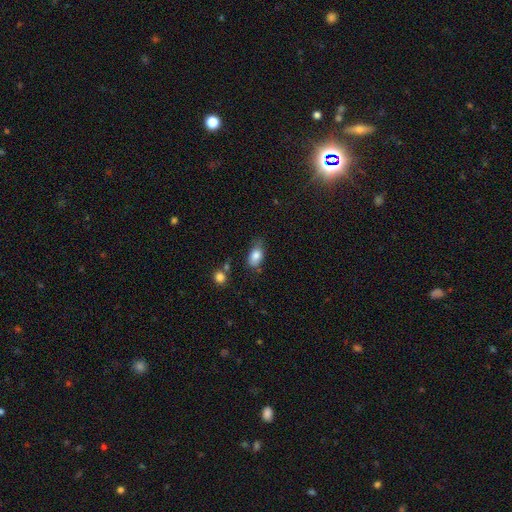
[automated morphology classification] type=smooth (83%); roundness=in between (87%); merging=none (59%).